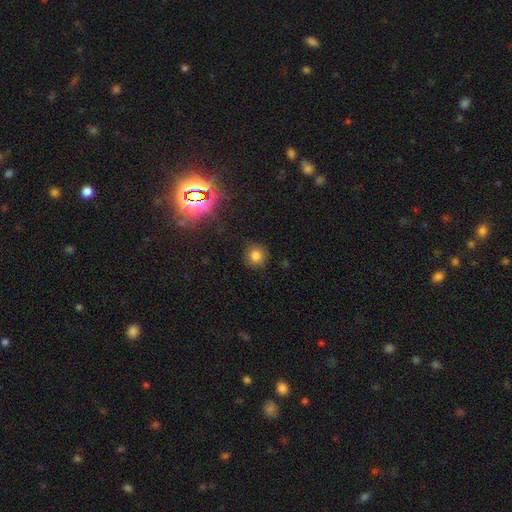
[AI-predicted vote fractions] Morphology: type=smooth (78%); roundness=round (90%); merging=none (86%).